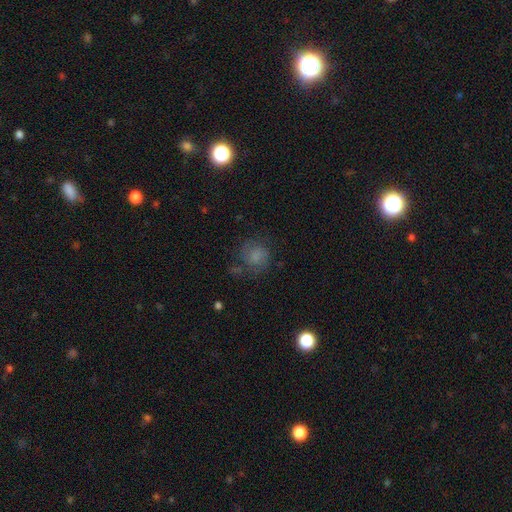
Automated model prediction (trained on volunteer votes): This is likely a smooth galaxy (63%). How rounded: clearly round (81%). Merging: likely none (62%).